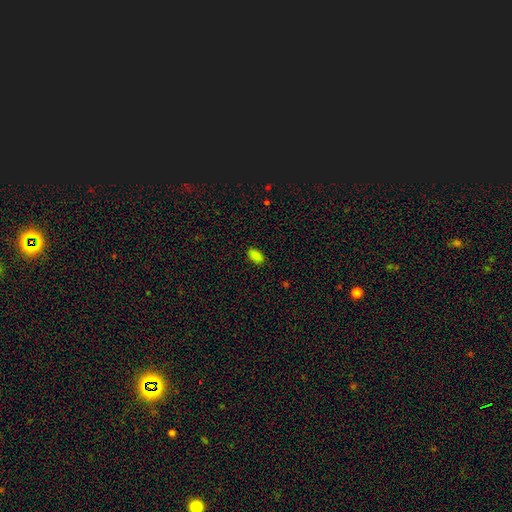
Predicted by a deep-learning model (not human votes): Smooth or featured?
  - smooth: 86% *
  - star or artifact: 10%
  - featured or disk: 4%
How rounded?
  - in between: 92% *
  - cigar-shaped: 4%
  - round: 4%
Merging?
  - none: 87% *
  - minor disturbance: 9%
  - major disturbance: 2%
  - merger: 1%